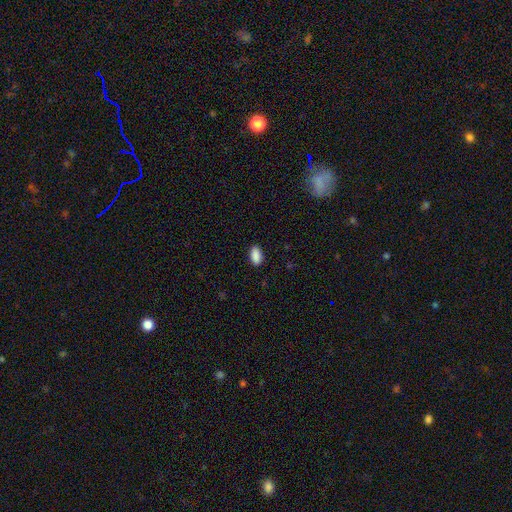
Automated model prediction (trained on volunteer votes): Smooth or featured? smooth (90%)
How rounded? in between (93%)
Merging? none (88%)